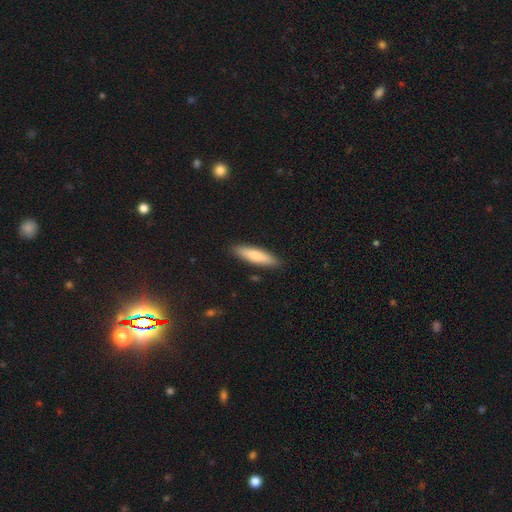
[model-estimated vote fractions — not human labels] Smooth or featured?
  - smooth: 72% *
  - featured or disk: 22%
  - star or artifact: 5%
How rounded?
  - cigar-shaped: 75% *
  - in between: 23%
  - round: 2%
Merging?
  - none: 89% *
  - minor disturbance: 8%
  - major disturbance: 2%
  - merger: 1%